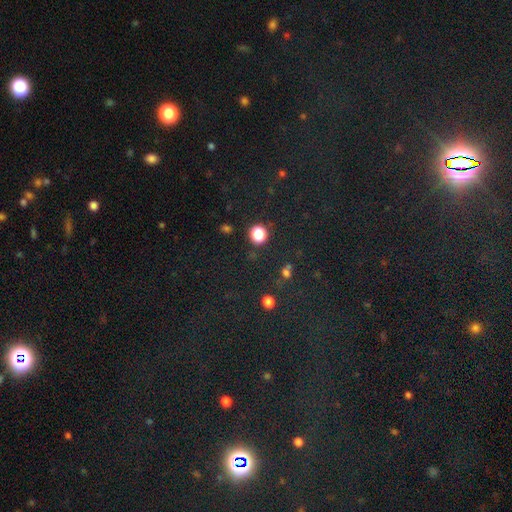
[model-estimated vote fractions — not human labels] Morphology: type=star or artifact (78%).